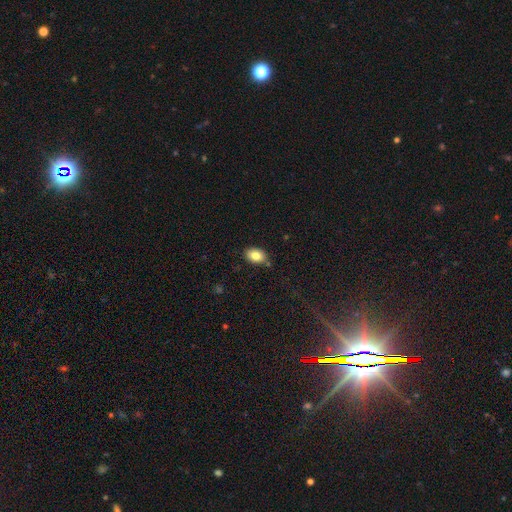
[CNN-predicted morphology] Q: Smooth or featured?
A: smooth (83%); runner-up: star or artifact (8%)
Q: How rounded?
A: in between (82%); runner-up: round (17%)
Q: Merging?
A: none (83%); runner-up: minor disturbance (12%)